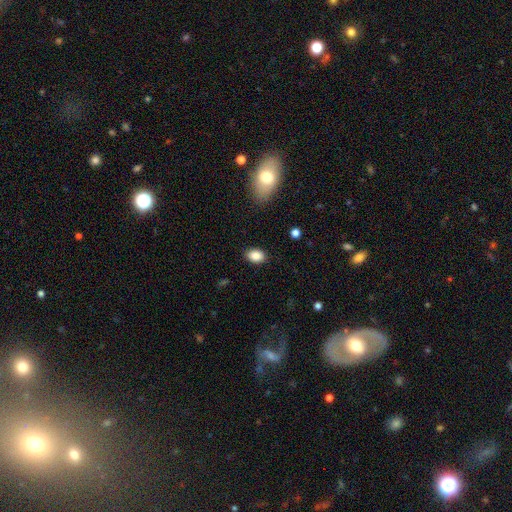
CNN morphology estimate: A smooth galaxy with no disk features (87%) that is in between round and cigar-shaped (82%).

Vote fractions:
- Smooth or featured? smooth: 87% / star or artifact: 8% / featured or disk: 4%
- How rounded? in between: 82% / round: 17% / cigar-shaped: 1%
- Merging? none: 88% / minor disturbance: 9% / major disturbance: 2% / merger: 1%